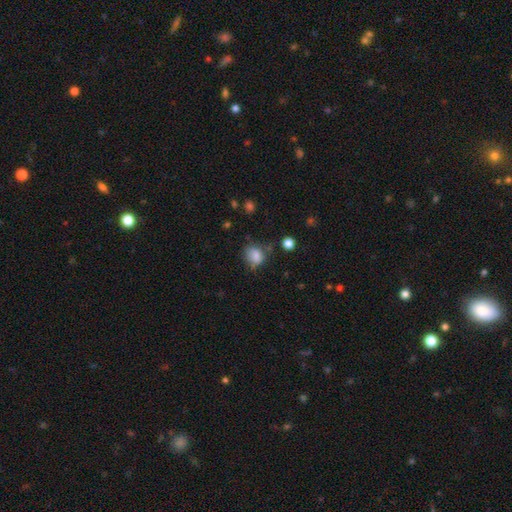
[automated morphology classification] smooth_or_featured: smooth (p=0.78) [alt: star or artifact p=0.11]
how_rounded: round (p=0.51) [alt: in between p=0.48]
merging: none (p=0.55) [alt: minor disturbance p=0.28]